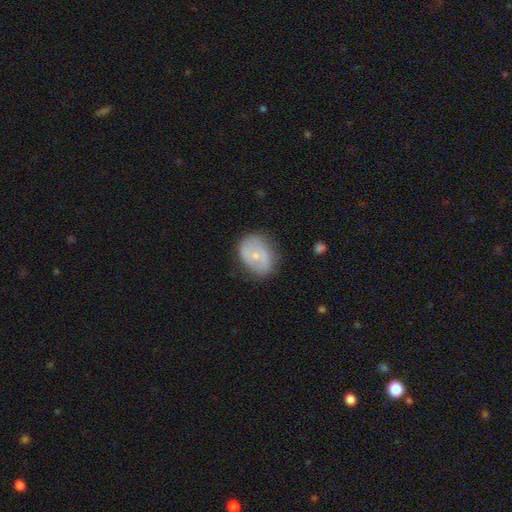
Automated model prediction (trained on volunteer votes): This is possibly a smooth galaxy (49%). Merging: likely none (68%).